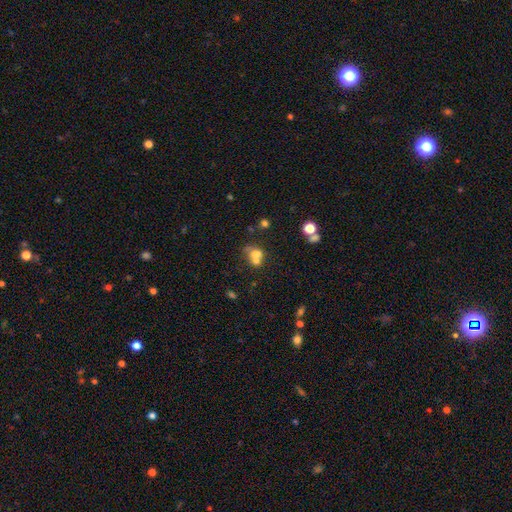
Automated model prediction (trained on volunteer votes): This appears to be a smooth galaxy with no disk features (59%) that is round (62%). Merging: merger (57%).